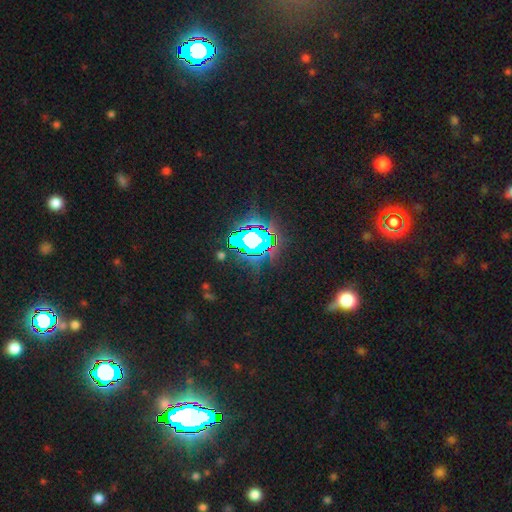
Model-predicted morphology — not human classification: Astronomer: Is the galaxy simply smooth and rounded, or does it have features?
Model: star or artifact — 81%.